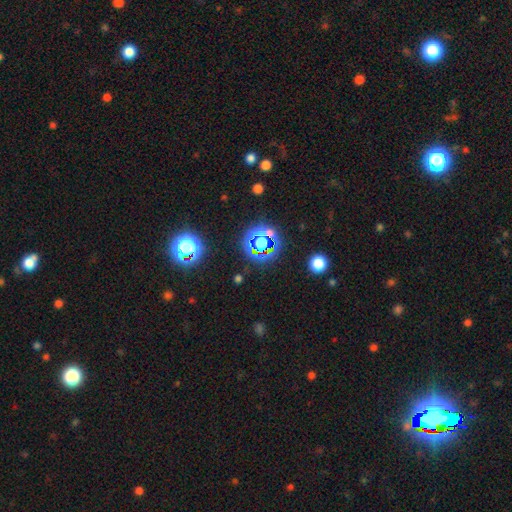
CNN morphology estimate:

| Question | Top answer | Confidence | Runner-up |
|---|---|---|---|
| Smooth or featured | star or artifact | 79% | smooth (14%) |